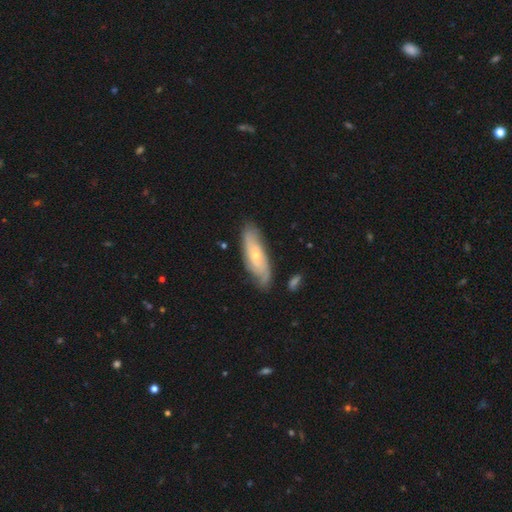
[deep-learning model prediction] Morphology: type=featured or disk (59%); edge-on=no (77%); merging=none (75%).